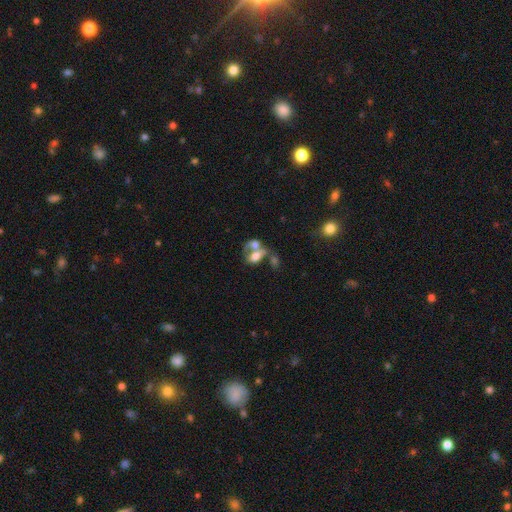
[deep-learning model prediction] A smooth galaxy with no disk features (54%) that is in between round and cigar-shaped (77%).

Vote fractions:
- Smooth or featured? smooth: 54% / featured or disk: 34% / star or artifact: 11%
- How rounded? in between: 77% / round: 21% / cigar-shaped: 2%
- Merging? merger: 64% / none: 16% / major disturbance: 12% / minor disturbance: 8%